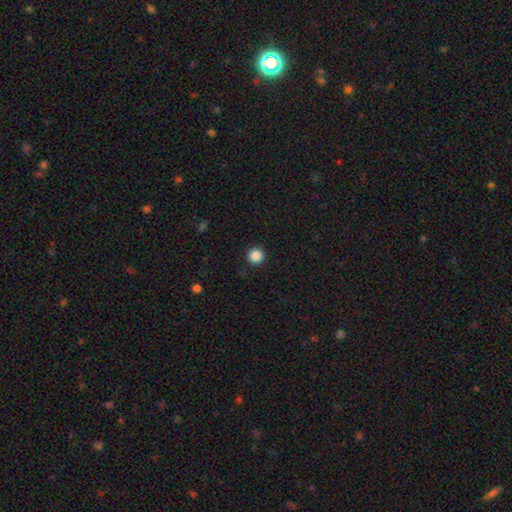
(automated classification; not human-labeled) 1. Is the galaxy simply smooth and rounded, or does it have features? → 87% smooth, 10% star or artifact, 3% featured or disk.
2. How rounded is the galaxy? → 96% round, 3% in between, 1% cigar-shaped.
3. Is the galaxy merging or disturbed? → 92% none, 5% minor disturbance, 2% major disturbance, 1% merger.